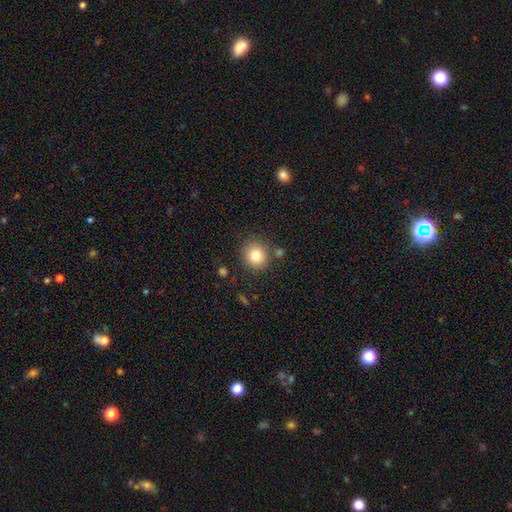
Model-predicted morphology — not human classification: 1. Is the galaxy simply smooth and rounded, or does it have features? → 81% smooth, 10% star or artifact, 8% featured or disk.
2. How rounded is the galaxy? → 86% round, 14% in between, 1% cigar-shaped.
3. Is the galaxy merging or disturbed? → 82% none, 10% minor disturbance, 5% merger, 3% major disturbance.